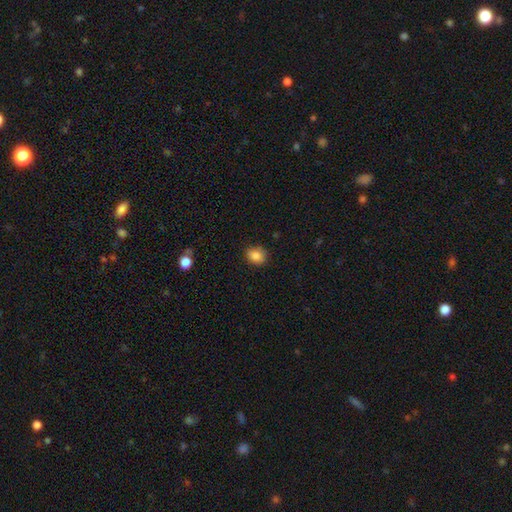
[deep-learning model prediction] smooth-or-featured: smooth: 86% | star or artifact: 10% | featured or disk: 4%
  how-rounded: round: 59% | in between: 40% | cigar-shaped: 1%
  merging: none: 84% | minor disturbance: 13% | major disturbance: 3% | merger: 1%